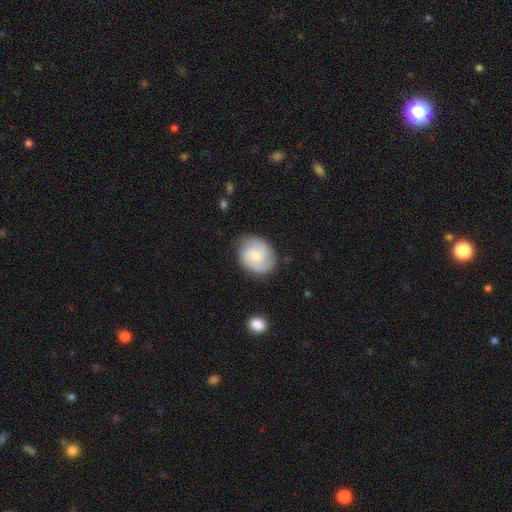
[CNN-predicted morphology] This is possibly a featured or disk galaxy (49%). Merging: likely none (76%).